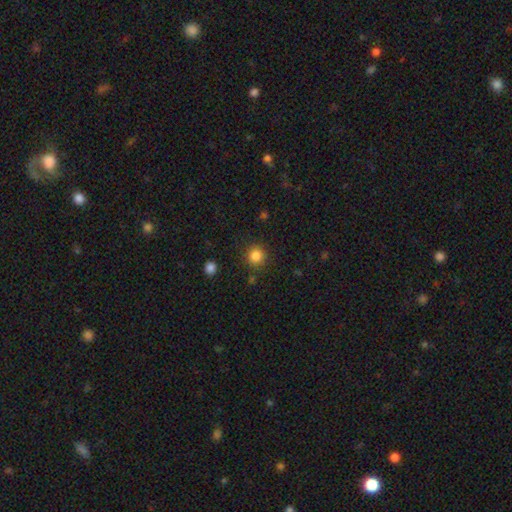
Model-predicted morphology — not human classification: type=smooth (84%); roundness=round (92%); merging=none (87%).